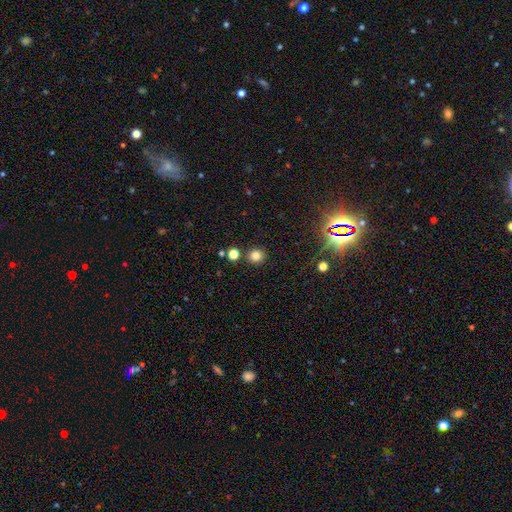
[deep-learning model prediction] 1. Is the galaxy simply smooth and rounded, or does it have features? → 80% smooth, 15% star or artifact, 6% featured or disk.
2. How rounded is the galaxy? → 91% round, 8% in between, 1% cigar-shaped.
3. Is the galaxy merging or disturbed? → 87% none, 6% minor disturbance, 5% merger, 2% major disturbance.